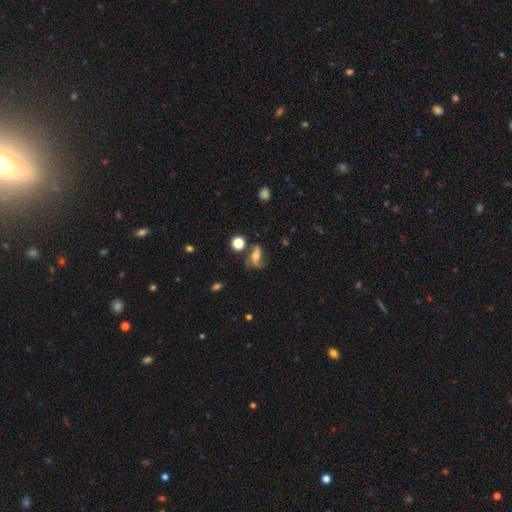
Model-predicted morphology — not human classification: type=featured or disk (63%); edge-on=no (90%); bar=no (40%); spiral arms=yes (87%); winding=loose (70%); arm count=2 (83%); bulge=moderate (52%); merging=none (58%).